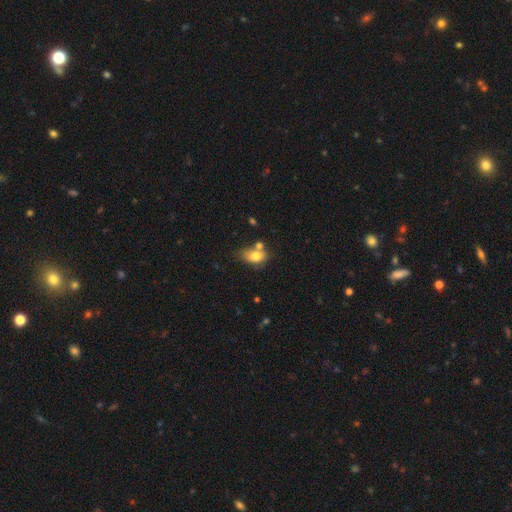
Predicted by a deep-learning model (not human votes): Smooth or featured?
  - smooth: 76% *
  - featured or disk: 16%
  - star or artifact: 9%
How rounded?
  - in between: 80% *
  - round: 18%
  - cigar-shaped: 2%
Merging?
  - none: 44% *
  - merger: 28%
  - minor disturbance: 20%
  - major disturbance: 8%